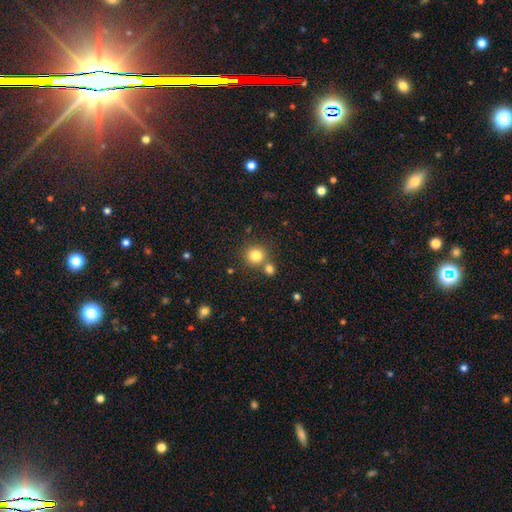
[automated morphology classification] A smooth galaxy with no disk features (81%) that is round (92%). Merging: none (70%).